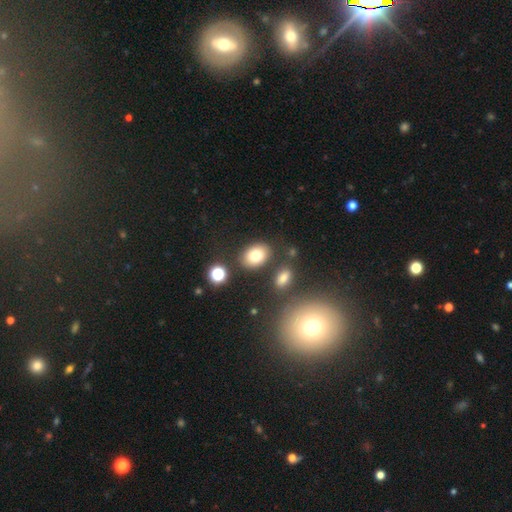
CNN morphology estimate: This is likely a smooth galaxy (79%). How rounded: likely in between (75%). Merging: likely none (79%).